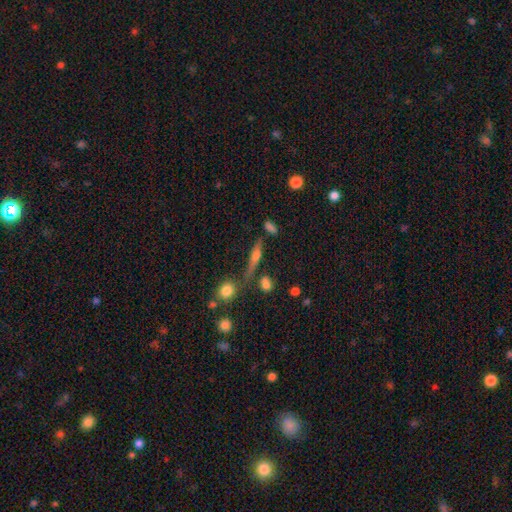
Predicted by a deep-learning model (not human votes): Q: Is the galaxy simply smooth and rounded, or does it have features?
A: featured or disk — 53%.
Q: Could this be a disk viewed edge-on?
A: yes — 90%.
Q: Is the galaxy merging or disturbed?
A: none — 68%.